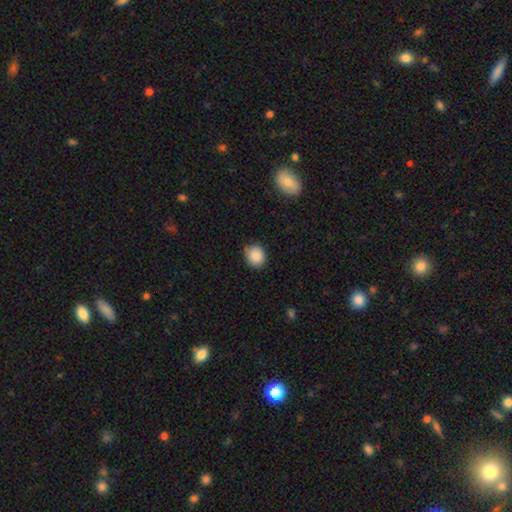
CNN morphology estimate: Smooth or featured? smooth (87%)
How rounded? round (71%)
Merging? none (79%)